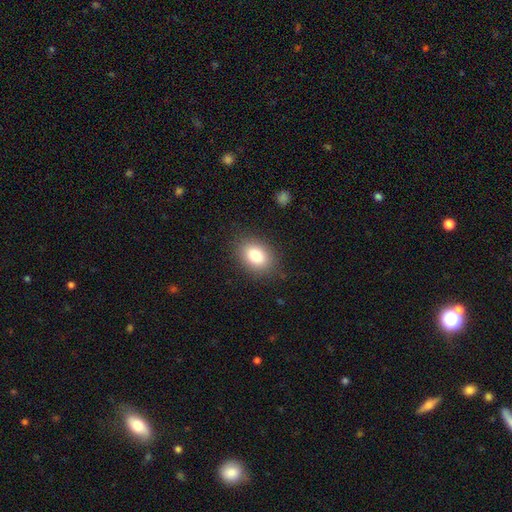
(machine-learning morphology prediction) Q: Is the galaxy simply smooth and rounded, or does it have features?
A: smooth — 82%.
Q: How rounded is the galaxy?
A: in between — 76%.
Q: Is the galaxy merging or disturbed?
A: none — 85%.